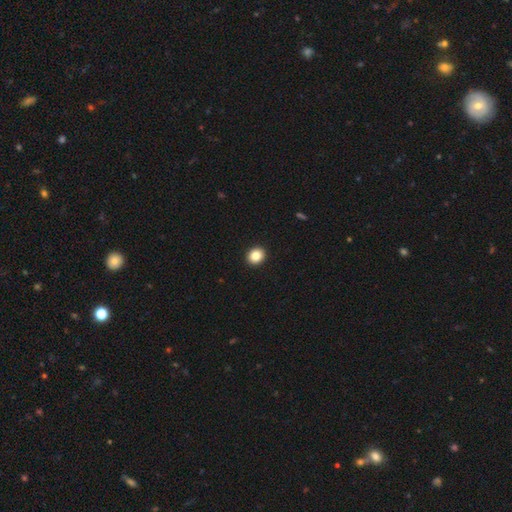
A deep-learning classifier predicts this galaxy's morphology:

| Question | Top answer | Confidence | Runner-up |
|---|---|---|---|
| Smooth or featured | smooth | 85% | star or artifact (10%) |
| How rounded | round | 74% | in between (25%) |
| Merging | none | 93% | minor disturbance (4%) |